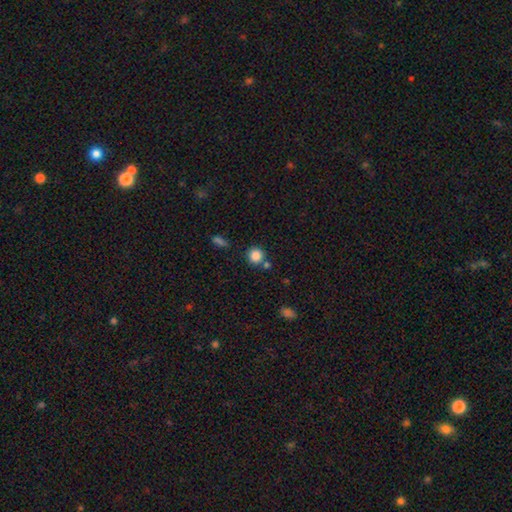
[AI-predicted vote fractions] Smooth or featured: smooth — 85% (star or artifact — 11%)
How rounded: round — 90% (in between — 9%)
Merging: none — 73% (merger — 14%)